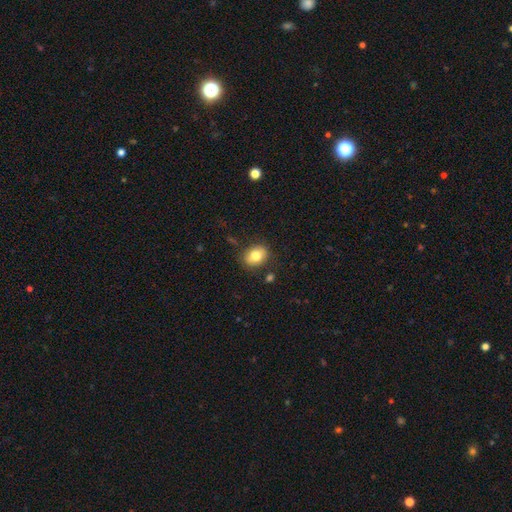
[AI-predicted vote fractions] Q: Smooth or featured?
A: smooth (80%); runner-up: featured or disk (11%)
Q: How rounded?
A: in between (62%); runner-up: round (37%)
Q: Merging?
A: none (82%); runner-up: minor disturbance (12%)